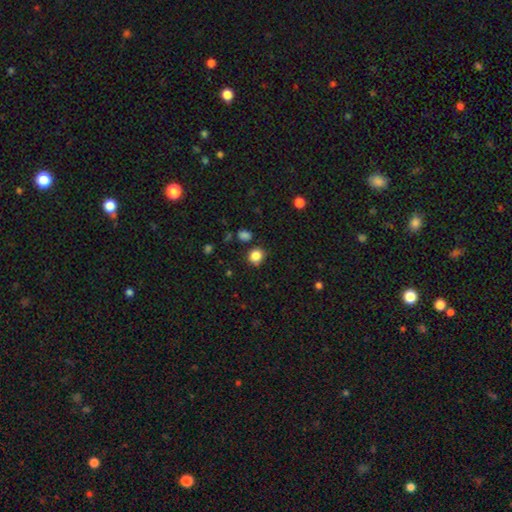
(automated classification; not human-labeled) Smooth or featured? Predicted: smooth (p=0.85). How rounded? Predicted: round (p=0.80). Merging? Predicted: none (p=0.80).